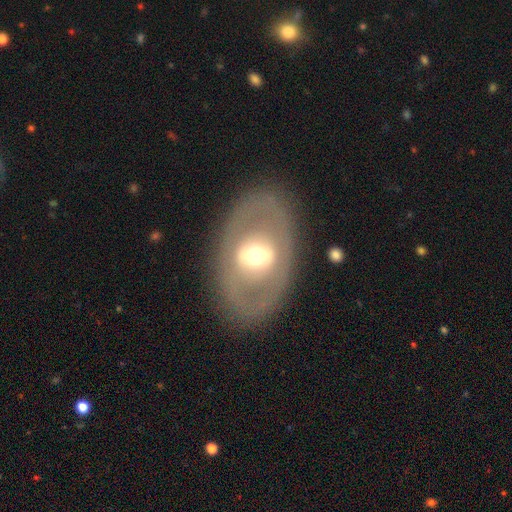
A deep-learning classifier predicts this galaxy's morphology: type=featured or disk (61%); edge-on=no (90%); bar=no (48%); spiral arms=no (84%); bulge=moderate (60%); merging=none (81%).